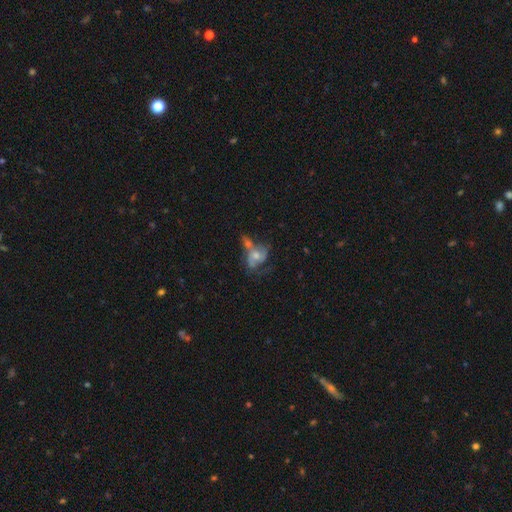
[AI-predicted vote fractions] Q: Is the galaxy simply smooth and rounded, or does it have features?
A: featured or disk — 61%.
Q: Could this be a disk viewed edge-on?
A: no — 97%.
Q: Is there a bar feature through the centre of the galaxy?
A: no — 73%.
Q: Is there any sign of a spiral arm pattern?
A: yes — 75%.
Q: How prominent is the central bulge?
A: moderate — 62%.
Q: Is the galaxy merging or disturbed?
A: merger — 44%.